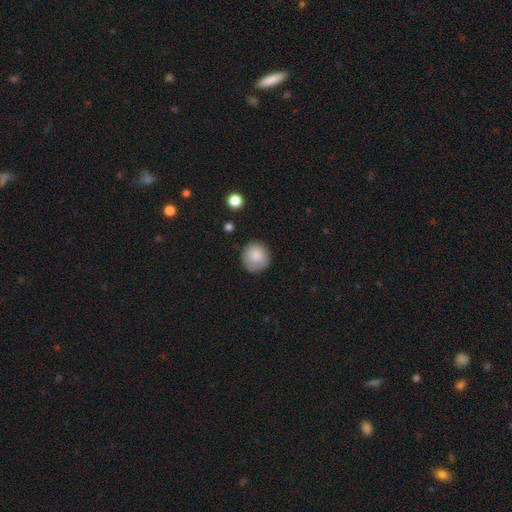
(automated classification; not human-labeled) A smooth galaxy with no disk features (85%) that is round (93%). Merging: none (82%).